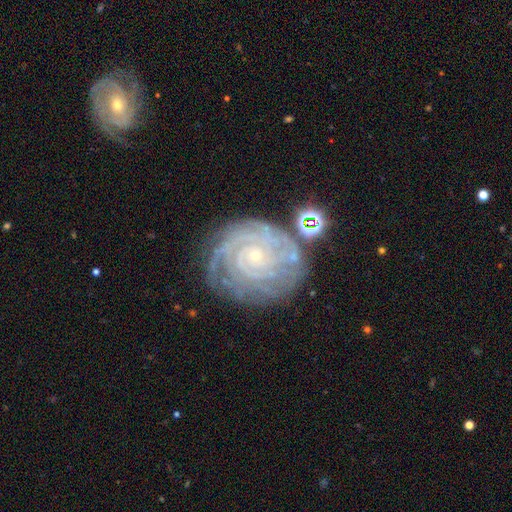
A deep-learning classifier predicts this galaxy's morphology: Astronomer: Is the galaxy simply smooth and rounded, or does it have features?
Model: featured or disk — 88%.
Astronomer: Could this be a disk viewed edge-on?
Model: no — 98%.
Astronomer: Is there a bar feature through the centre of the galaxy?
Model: no — 78%.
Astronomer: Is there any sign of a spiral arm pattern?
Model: yes — 98%.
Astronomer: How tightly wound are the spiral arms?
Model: tight — 85%.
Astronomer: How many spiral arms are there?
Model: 4 — 28% (runner-up: 3, 20%).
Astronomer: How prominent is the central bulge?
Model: small — 86%.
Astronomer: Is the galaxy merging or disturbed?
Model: none — 72%.